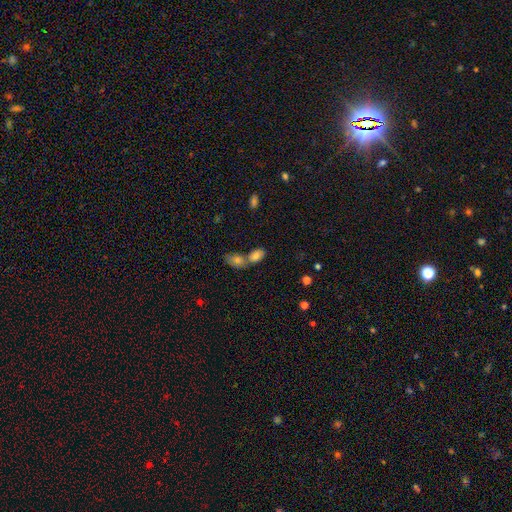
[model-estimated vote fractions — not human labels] Smooth or featured?
  - smooth: 79% *
  - featured or disk: 11%
  - star or artifact: 10%
How rounded?
  - in between: 88% *
  - round: 9%
  - cigar-shaped: 2%
Merging?
  - merger: 52% *
  - none: 36%
  - minor disturbance: 9%
  - major disturbance: 3%